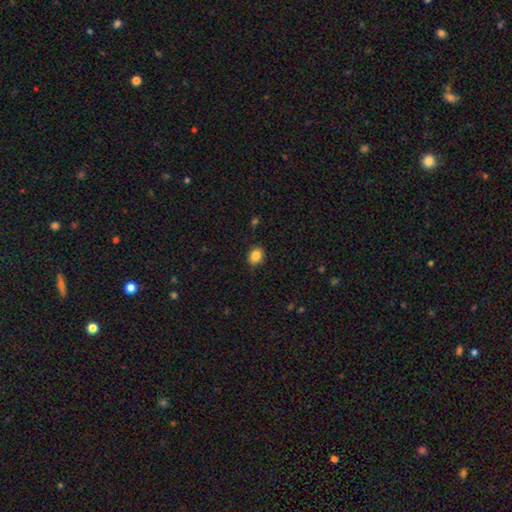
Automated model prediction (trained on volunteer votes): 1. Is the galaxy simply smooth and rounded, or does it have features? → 86% smooth, 9% star or artifact, 5% featured or disk.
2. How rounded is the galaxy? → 50% in between, 49% round, 1% cigar-shaped.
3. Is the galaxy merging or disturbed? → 85% none, 11% minor disturbance, 2% major disturbance, 1% merger.